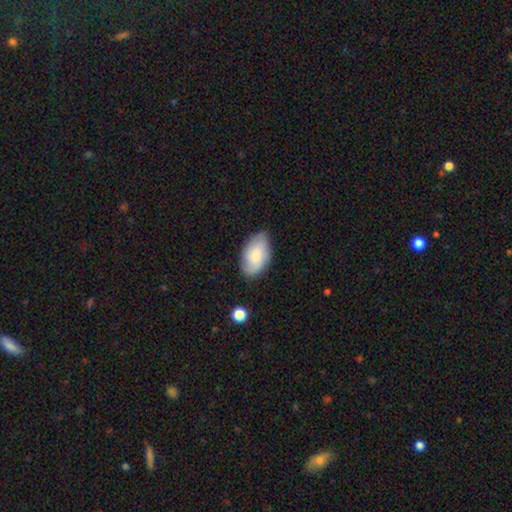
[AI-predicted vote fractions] smooth_or_featured: smooth (p=0.62) [alt: featured or disk p=0.31]
how_rounded: in between (p=0.93) [alt: round p=0.05]
merging: none (p=0.76) [alt: minor disturbance p=0.19]